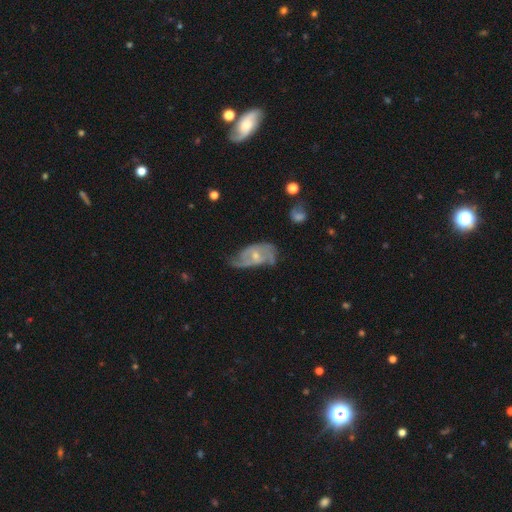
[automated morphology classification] Smooth or featured? featured or disk (71%)
Edge-on disk? no (94%)
Bar? no (55%)
Spiral arms? yes (82%)
Spiral winding? medium (42%)
Spiral arm count? 2 (57%)
Bulge size? small (51%)
Merging? none (41%)